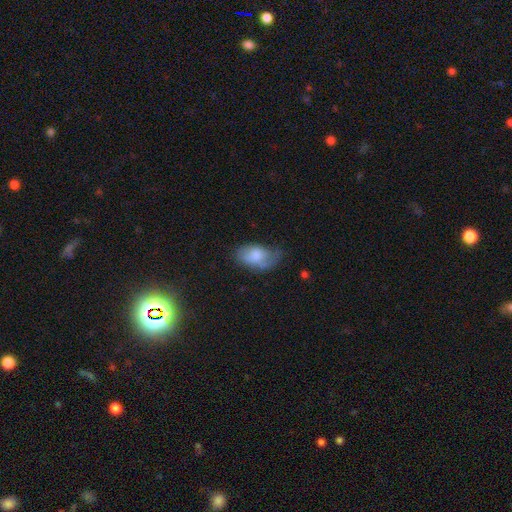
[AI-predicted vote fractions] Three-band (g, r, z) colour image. It shows a smooth galaxy with no disk features (67%) that is in between round and cigar-shaped (92%). Merging: none (39%, tied with minor disturbance).